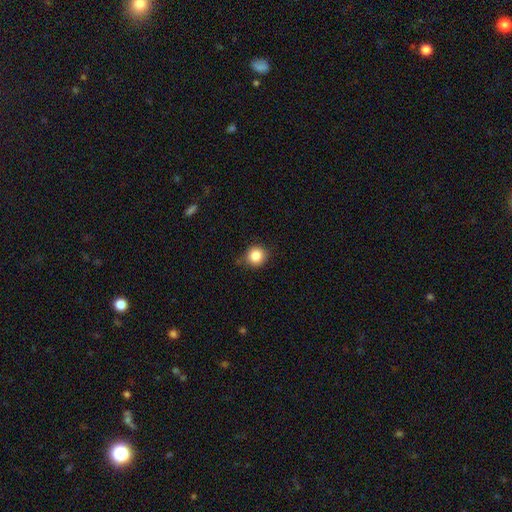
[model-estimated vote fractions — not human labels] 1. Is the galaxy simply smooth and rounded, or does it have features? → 84% smooth, 10% star or artifact, 5% featured or disk.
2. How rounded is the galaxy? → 91% round, 9% in between, 1% cigar-shaped.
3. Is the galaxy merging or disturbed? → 82% none, 13% minor disturbance, 3% major disturbance, 2% merger.